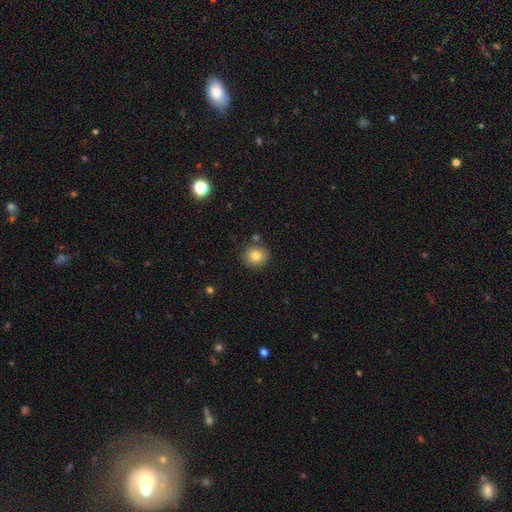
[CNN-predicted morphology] Q: Smooth or featured?
A: smooth (82%); runner-up: star or artifact (10%)
Q: How rounded?
A: round (86%); runner-up: in between (13%)
Q: Merging?
A: none (84%); runner-up: minor disturbance (9%)